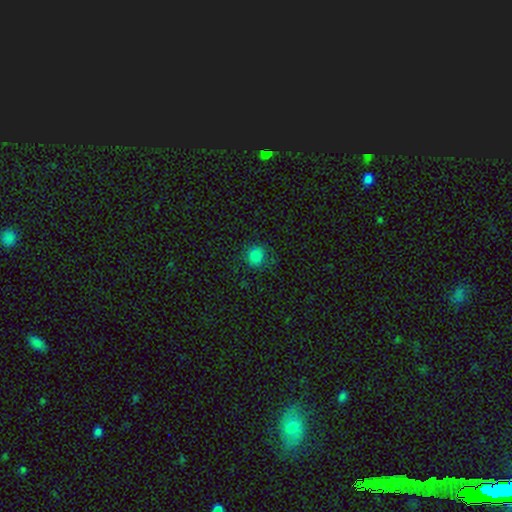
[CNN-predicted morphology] smooth-or-featured: smooth: 84% | star or artifact: 13% | featured or disk: 3%
  how-rounded: round: 85% | in between: 14% | cigar-shaped: 1%
  merging: none: 85% | minor disturbance: 10% | major disturbance: 3% | merger: 1%